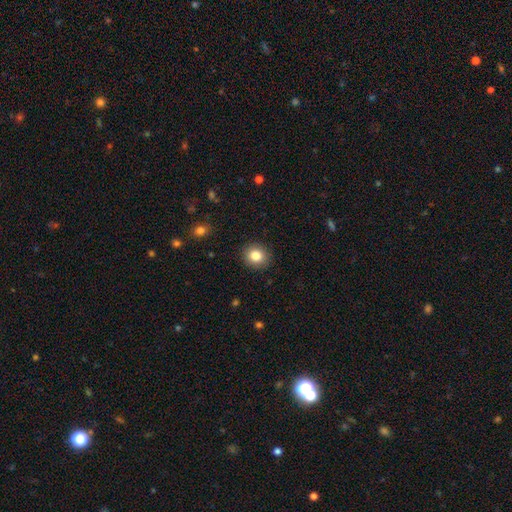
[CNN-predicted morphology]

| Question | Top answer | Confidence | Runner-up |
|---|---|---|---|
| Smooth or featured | smooth | 83% | star or artifact (10%) |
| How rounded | round | 82% | in between (17%) |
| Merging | none | 90% | minor disturbance (7%) |